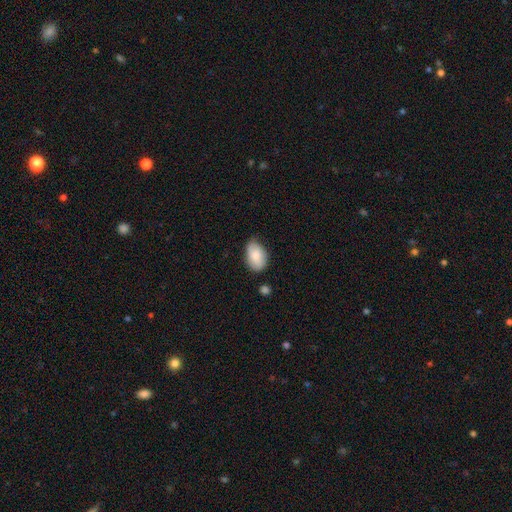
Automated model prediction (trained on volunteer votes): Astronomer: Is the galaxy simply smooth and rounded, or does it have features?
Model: smooth — 80%.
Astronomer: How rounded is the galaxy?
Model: in between — 89%.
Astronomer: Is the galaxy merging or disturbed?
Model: none — 62%.